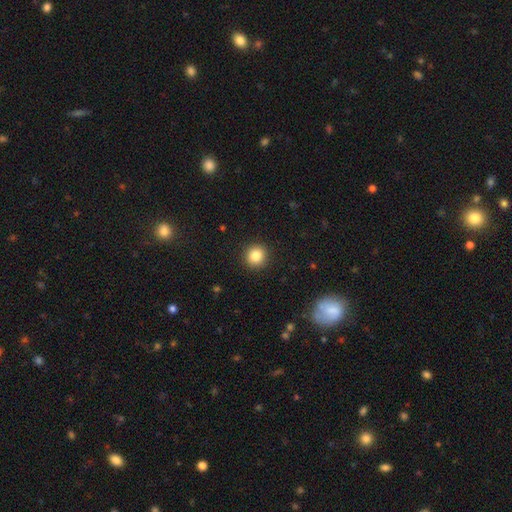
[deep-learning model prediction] Smooth or featured? smooth (84%)
How rounded? round (93%)
Merging? none (92%)